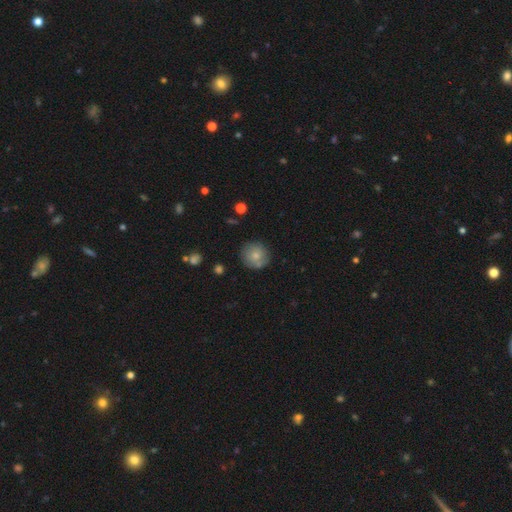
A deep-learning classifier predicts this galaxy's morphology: smooth-or-featured: smooth: 76% | featured or disk: 15% | star or artifact: 9%
  how-rounded: round: 92% | in between: 7% | cigar-shaped: 1%
  merging: none: 79% | minor disturbance: 13% | merger: 5% | major disturbance: 3%